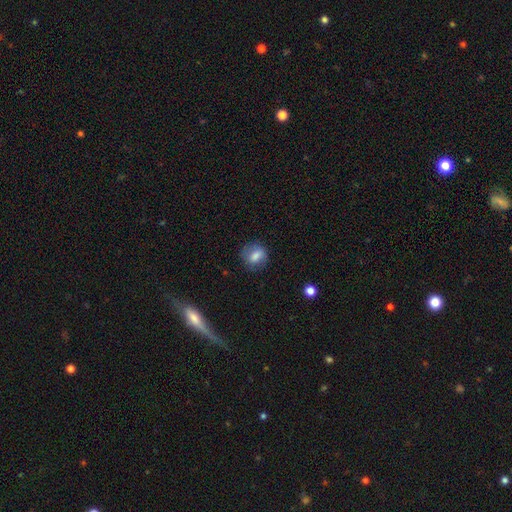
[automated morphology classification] Smooth or featured: smooth — 71% (featured or disk — 20%)
How rounded: round — 57% (in between — 40%)
Merging: none — 76% (minor disturbance — 17%)